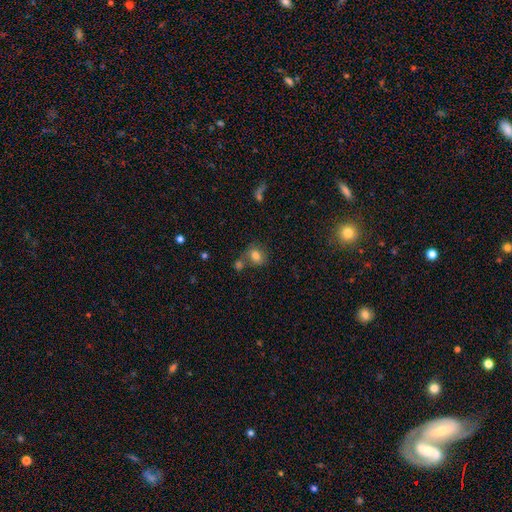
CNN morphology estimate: Smooth or featured? Predicted: smooth (p=0.77). How rounded? Predicted: in between (p=0.57). Merging? Predicted: none (p=0.53).